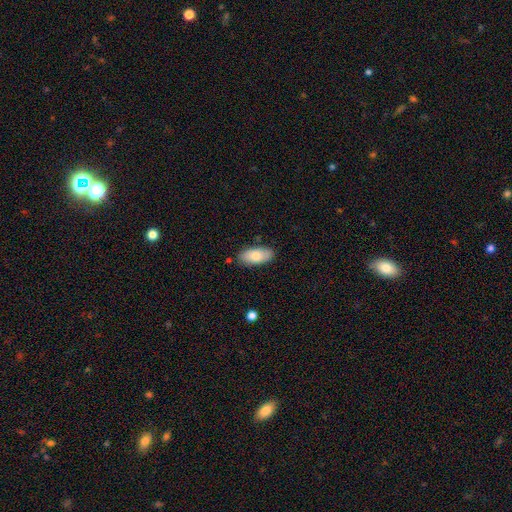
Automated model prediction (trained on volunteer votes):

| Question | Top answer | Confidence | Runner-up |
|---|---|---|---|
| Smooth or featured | smooth | 79% | featured or disk (15%) |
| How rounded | in between | 90% | cigar-shaped (7%) |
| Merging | none | 84% | minor disturbance (12%) |